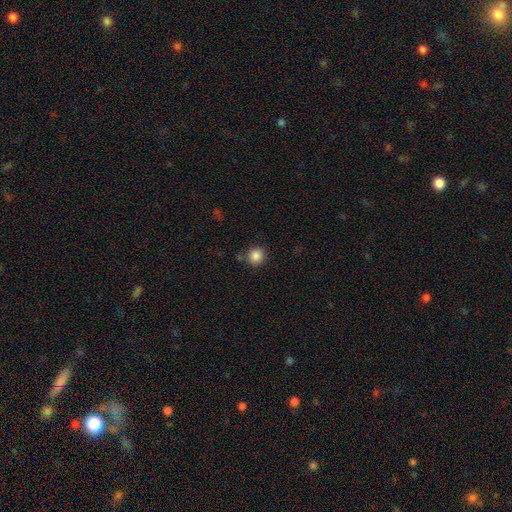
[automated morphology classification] Smooth or featured?
  - smooth: 86% *
  - star or artifact: 10%
  - featured or disk: 4%
How rounded?
  - round: 93% *
  - in between: 6%
  - cigar-shaped: 1%
Merging?
  - none: 83% *
  - minor disturbance: 9%
  - merger: 5%
  - major disturbance: 3%